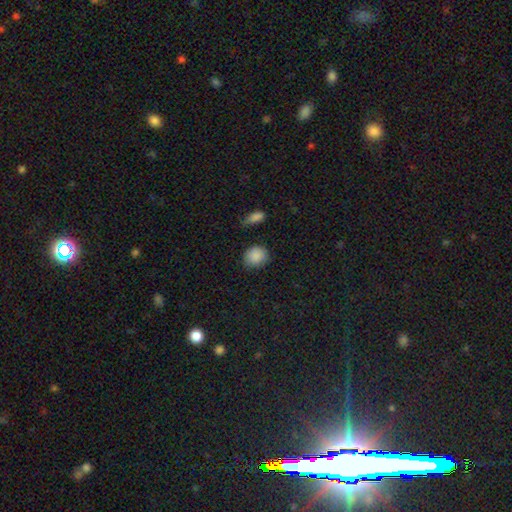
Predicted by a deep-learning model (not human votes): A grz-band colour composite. It shows a smooth galaxy with no disk features (88%) that is round (70%). Merging: none (76%).